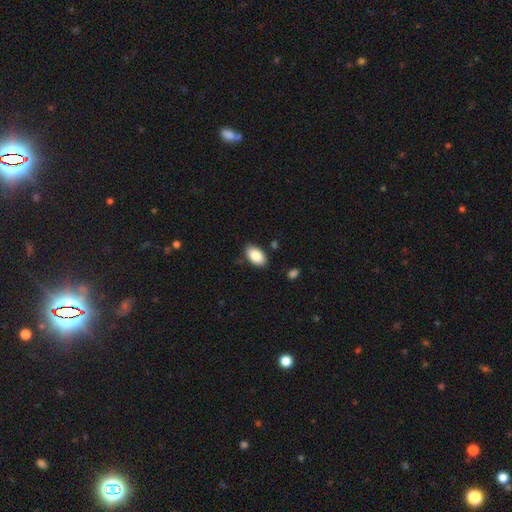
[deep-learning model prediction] This is clearly a smooth galaxy (87%). How rounded: clearly in between (94%). Merging: clearly none (85%).